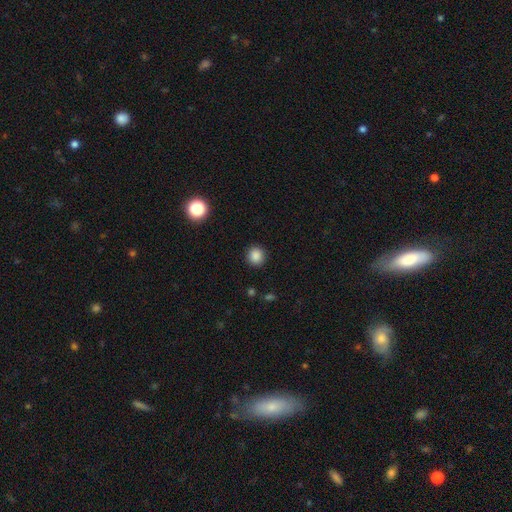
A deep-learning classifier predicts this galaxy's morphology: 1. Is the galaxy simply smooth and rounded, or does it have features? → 87% smooth, 10% star or artifact, 3% featured or disk.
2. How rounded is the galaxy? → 92% round, 7% in between, 1% cigar-shaped.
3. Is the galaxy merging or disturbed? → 91% none, 5% minor disturbance, 2% major disturbance, 1% merger.